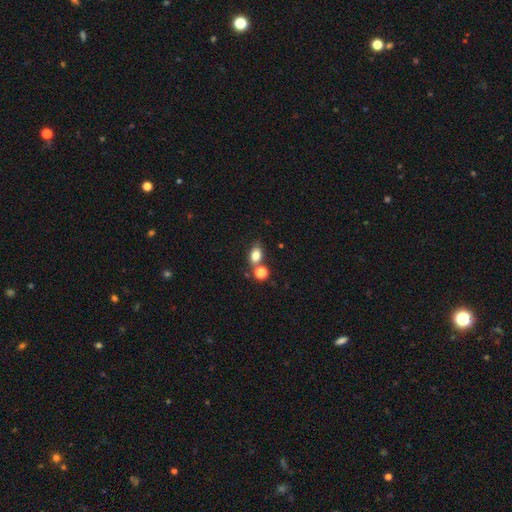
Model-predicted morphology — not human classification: A smooth galaxy with no disk features (79%) that is in between round and cigar-shaped (71%).

Vote fractions:
- Smooth or featured? smooth: 79% / star or artifact: 12% / featured or disk: 9%
- How rounded? in between: 71% / round: 27% / cigar-shaped: 2%
- Merging? none: 59% / merger: 24% / minor disturbance: 13% / major disturbance: 4%